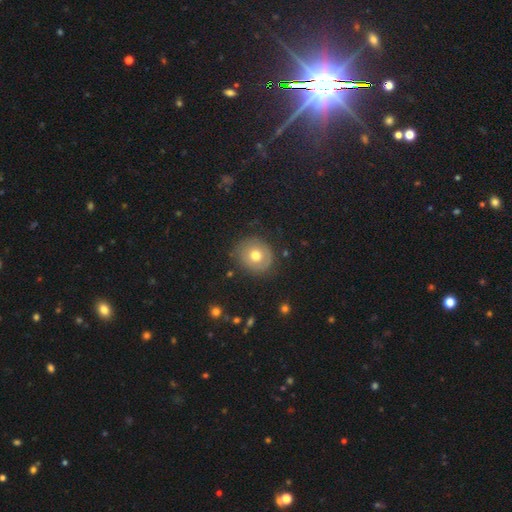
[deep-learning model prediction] Morphology: type=smooth (64%); roundness=round (83%); merging=none (81%).